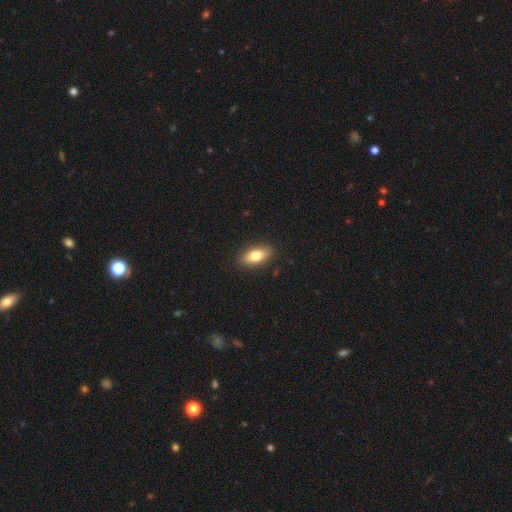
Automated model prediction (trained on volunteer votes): smooth-or-featured: smooth: 79% | featured or disk: 14% | star or artifact: 7%
  how-rounded: in between: 85% | cigar-shaped: 10% | round: 5%
  merging: none: 89% | minor disturbance: 8% | major disturbance: 2% | merger: 1%